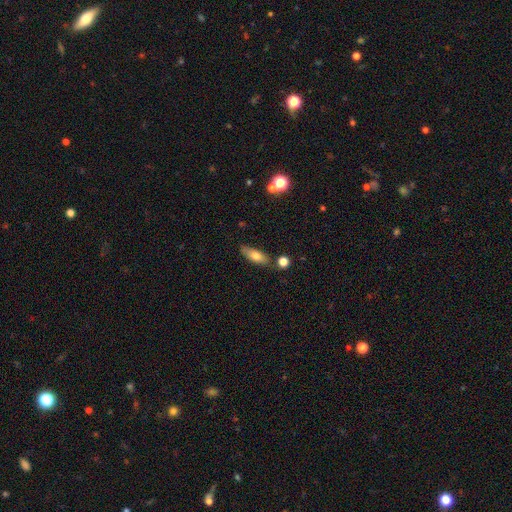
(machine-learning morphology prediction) type=smooth (72%); roundness=in between (68%); merging=none (71%).